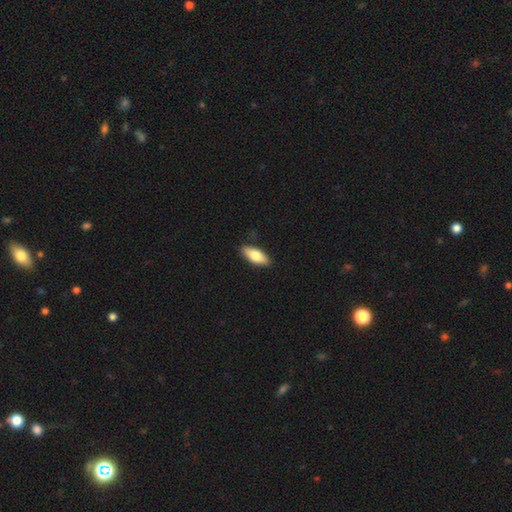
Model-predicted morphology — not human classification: type=smooth (76%); roundness=in between (76%); merging=none (88%).